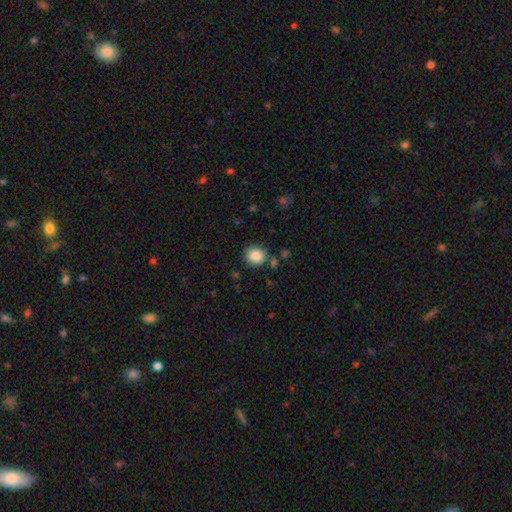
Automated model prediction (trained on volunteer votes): Smooth or featured: smooth — 86% (star or artifact — 9%)
How rounded: round — 80% (in between — 19%)
Merging: none — 82% (minor disturbance — 10%)